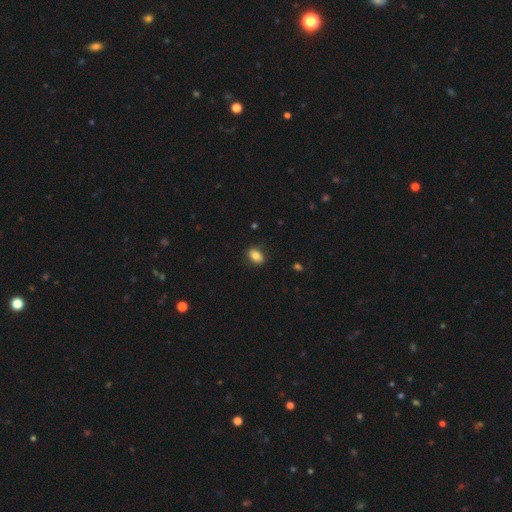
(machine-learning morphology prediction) smooth_or_featured: smooth (p=0.80) [alt: featured or disk p=0.11]
how_rounded: in between (p=0.83) [alt: round p=0.16]
merging: none (p=0.81) [alt: minor disturbance p=0.14]